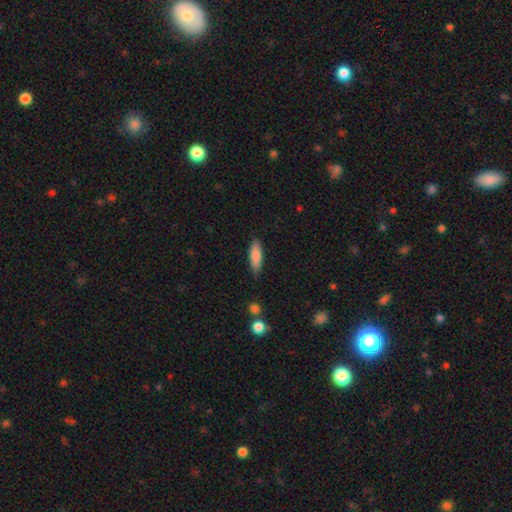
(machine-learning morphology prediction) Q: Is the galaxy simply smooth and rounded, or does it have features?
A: smooth — 82%.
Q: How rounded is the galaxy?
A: cigar-shaped — 57%.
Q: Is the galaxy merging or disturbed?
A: none — 81%.